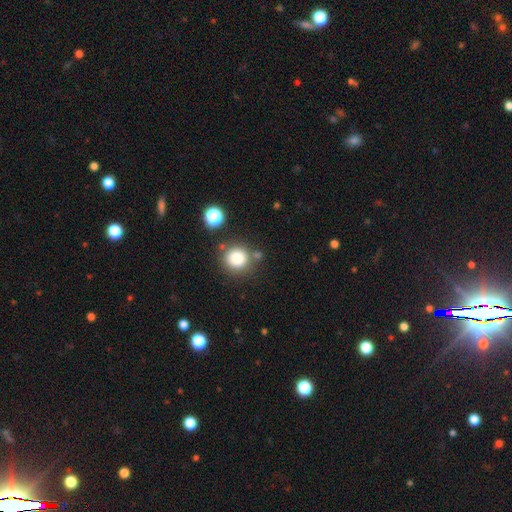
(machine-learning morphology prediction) smooth-or-featured: smooth: 77% | star or artifact: 17% | featured or disk: 6%
  how-rounded: round: 92% | in between: 7% | cigar-shaped: 1%
  merging: none: 80% | minor disturbance: 9% | merger: 7% | major disturbance: 3%